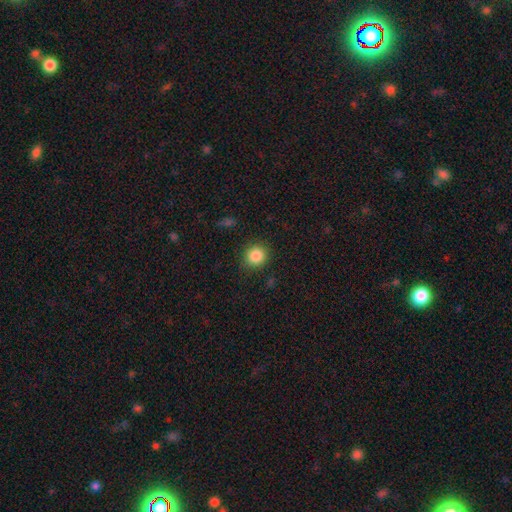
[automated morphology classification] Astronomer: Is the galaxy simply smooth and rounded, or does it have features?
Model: smooth — 86%.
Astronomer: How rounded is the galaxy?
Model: round — 86%.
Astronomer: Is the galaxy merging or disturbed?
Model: none — 88%.